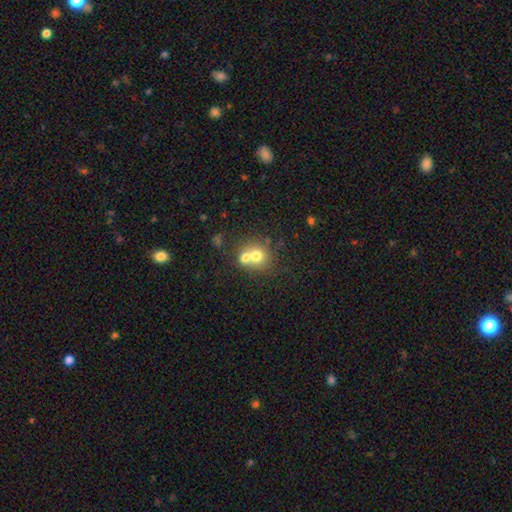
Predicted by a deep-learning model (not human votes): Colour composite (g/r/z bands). It shows a smooth galaxy with no disk features (68%) that is round (79%). Merging: merger (55%).